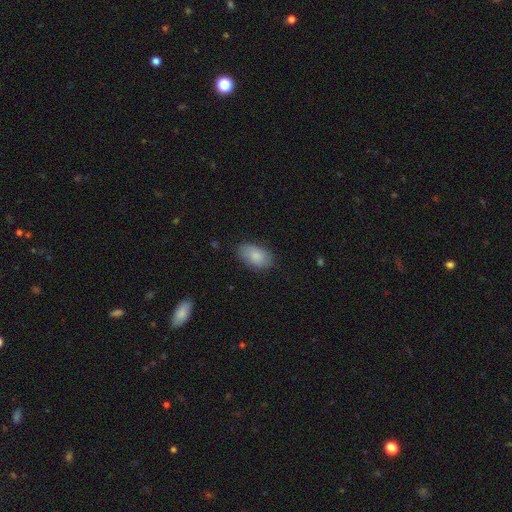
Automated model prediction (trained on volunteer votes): Smooth or featured? smooth (85%)
How rounded? in between (93%)
Merging? none (80%)